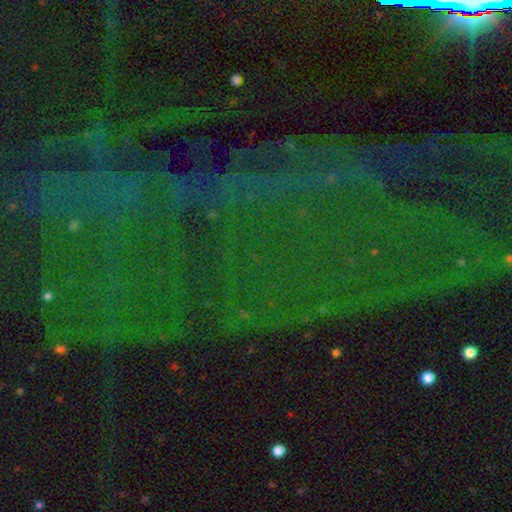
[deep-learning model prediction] Q: Smooth or featured?
A: star or artifact (82%); runner-up: featured or disk (10%)